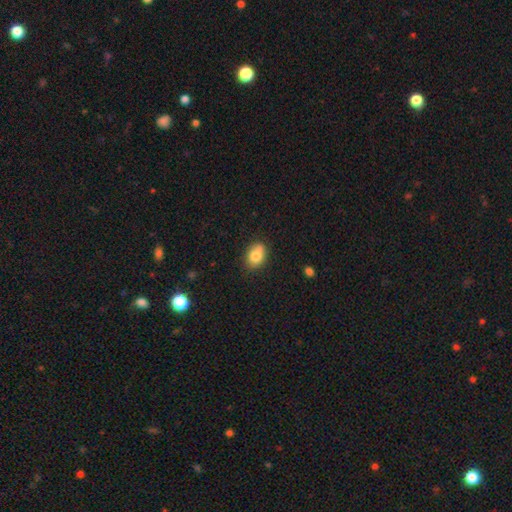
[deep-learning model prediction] Morphology: type=smooth (80%); roundness=in between (73%); merging=none (74%).